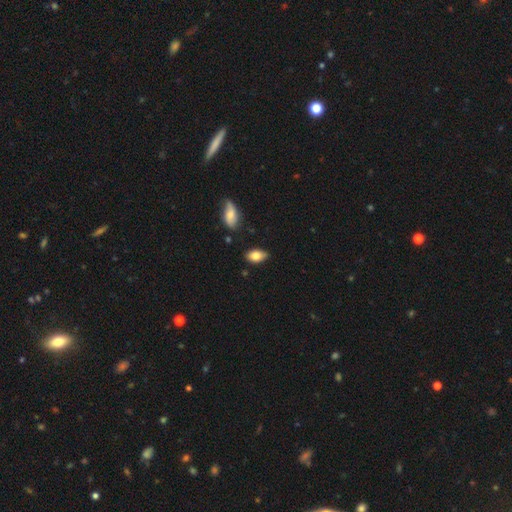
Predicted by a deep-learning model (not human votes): smooth_or_featured: smooth (p=0.81) [alt: featured or disk p=0.12]
how_rounded: in between (p=0.91) [alt: round p=0.06]
merging: none (p=0.78) [alt: minor disturbance p=0.17]